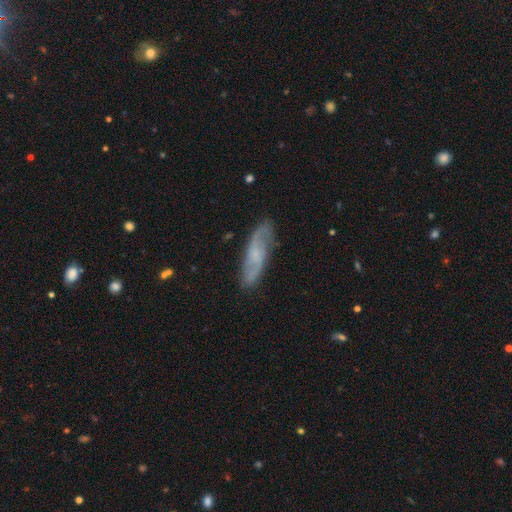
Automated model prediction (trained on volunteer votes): smooth-or-featured: featured or disk: 65% | smooth: 28% | star or artifact: 7%
  disk-edge-on: no: 81% | yes: 19%
    bar: no: 52% | weak: 40% | strong: 8%
    has-spiral-arms: yes: 91% | no: 9%
    bulge-size: small: 43% | none: 33% | moderate: 21% | large: 3% | dominant: 1%
  merging: none: 81% | minor disturbance: 14% | major disturbance: 3% | merger: 1%